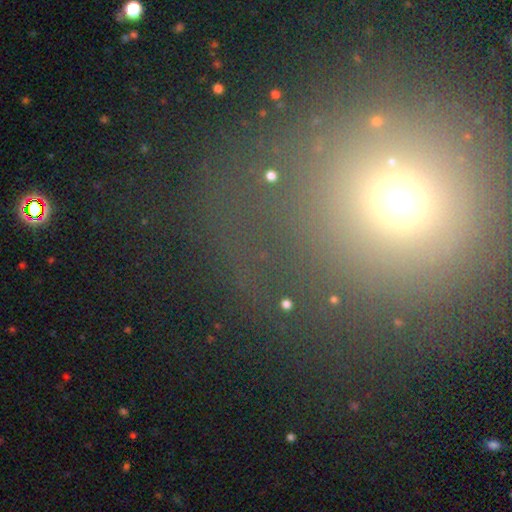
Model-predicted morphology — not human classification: Smooth or featured?
  - smooth: 51% *
  - star or artifact: 34%
  - featured or disk: 15%
How rounded?
  - round: 87% *
  - in between: 12%
  - cigar-shaped: 2%
Merging?
  - none: 67% *
  - major disturbance: 15%
  - minor disturbance: 13%
  - merger: 5%